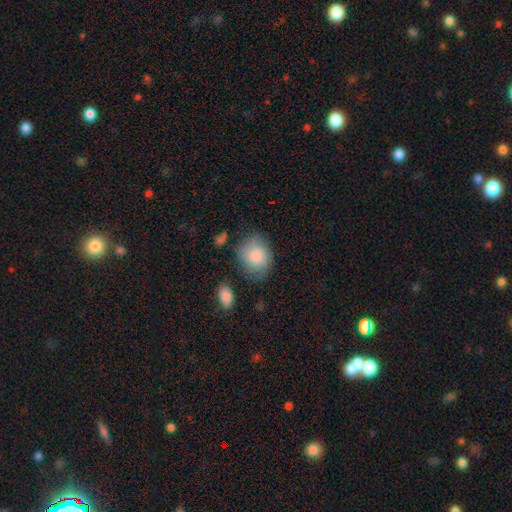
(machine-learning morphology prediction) smooth-or-featured: smooth: 83% | featured or disk: 11% | star or artifact: 7%
  how-rounded: in between: 51% | round: 48% | cigar-shaped: 1%
  merging: none: 66% | minor disturbance: 23% | major disturbance: 7% | merger: 4%